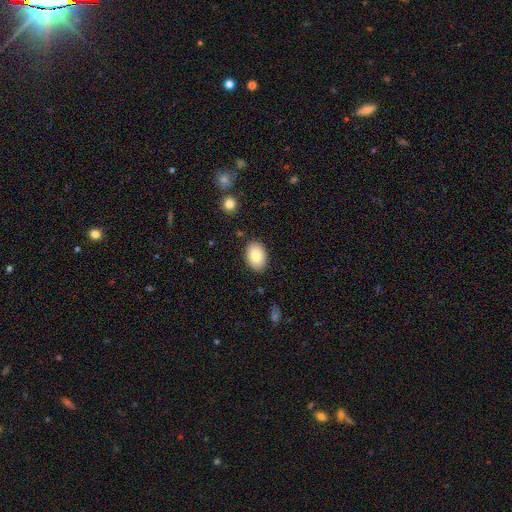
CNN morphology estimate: Smooth or featured: smooth — 82% (featured or disk — 11%)
How rounded: in between — 85% (round — 14%)
Merging: none — 87% (minor disturbance — 10%)